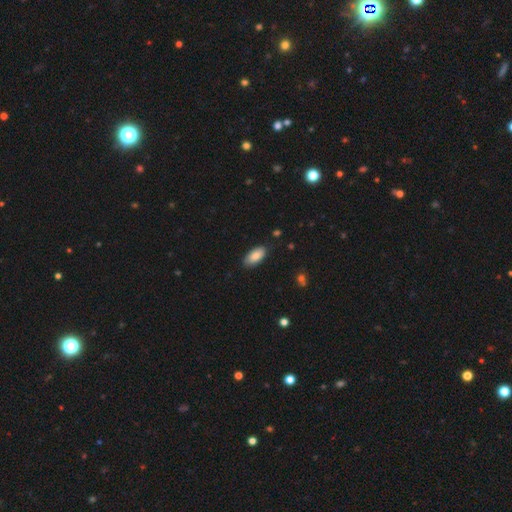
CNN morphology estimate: Smooth or featured: smooth — 85% (featured or disk — 9%)
How rounded: in between — 93% (cigar-shaped — 5%)
Merging: none — 83% (minor disturbance — 14%)